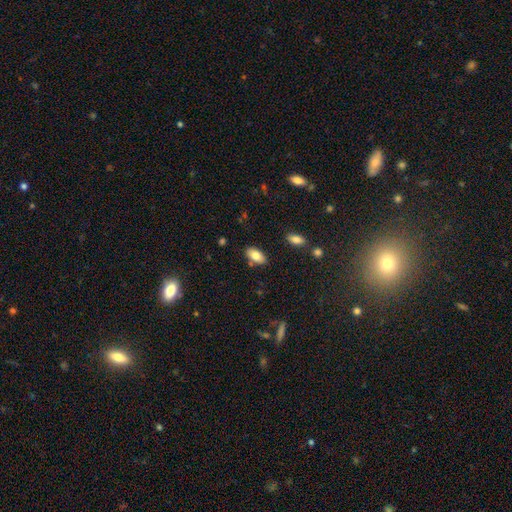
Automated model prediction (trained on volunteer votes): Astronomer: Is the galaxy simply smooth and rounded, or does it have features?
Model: smooth — 81%.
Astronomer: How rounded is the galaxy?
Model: in between — 93%.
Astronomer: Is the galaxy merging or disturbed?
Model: none — 81%.